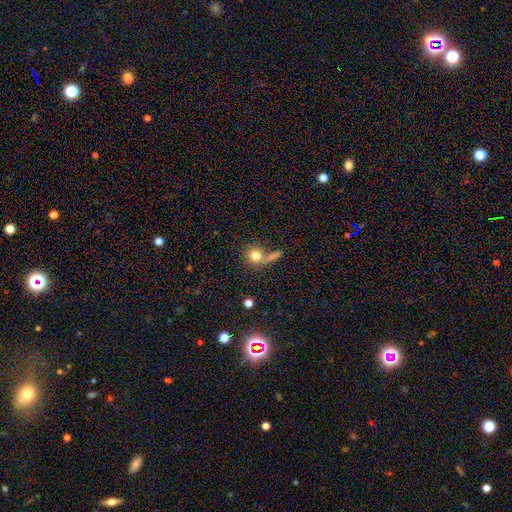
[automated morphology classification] smooth 79%, featured or disk 11%, star or artifact 10%. Down the decision tree: how rounded — round (85%); merging — none (51%).